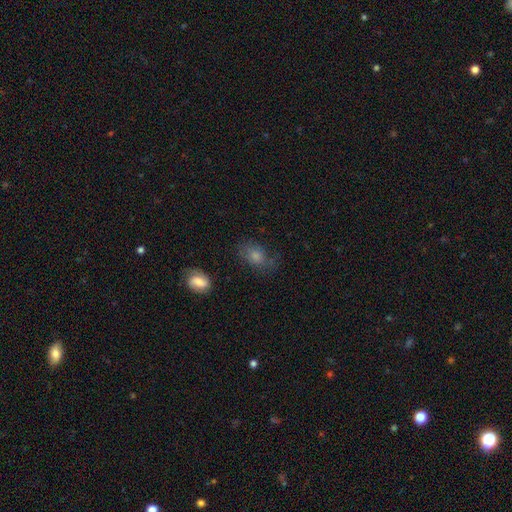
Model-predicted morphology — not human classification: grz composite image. It shows a smooth galaxy with no disk features (71%) that is in between round and cigar-shaped (70%). Merging: none (56%).